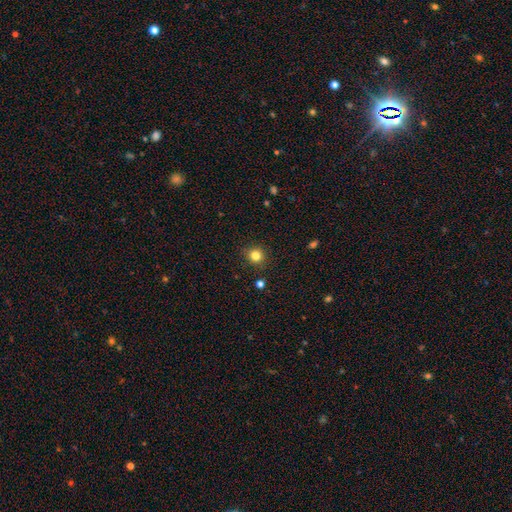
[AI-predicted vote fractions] smooth-or-featured: smooth: 82% | star or artifact: 13% | featured or disk: 5%
  how-rounded: round: 91% | in between: 8% | cigar-shaped: 1%
  merging: none: 90% | minor disturbance: 7% | major disturbance: 2% | merger: 1%